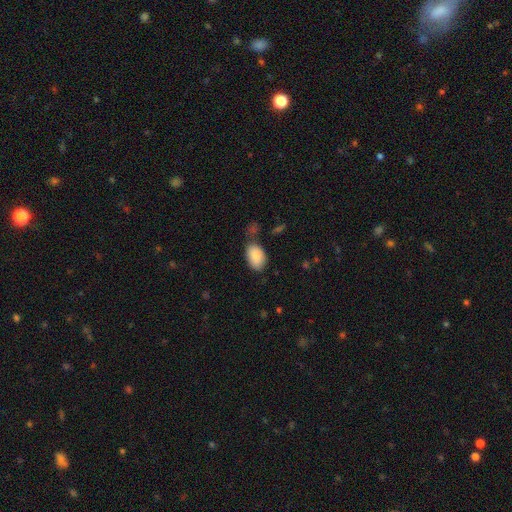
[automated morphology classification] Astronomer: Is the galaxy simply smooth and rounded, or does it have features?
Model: smooth — 87%.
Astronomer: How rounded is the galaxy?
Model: in between — 91%.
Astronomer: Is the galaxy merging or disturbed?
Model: none — 67%.